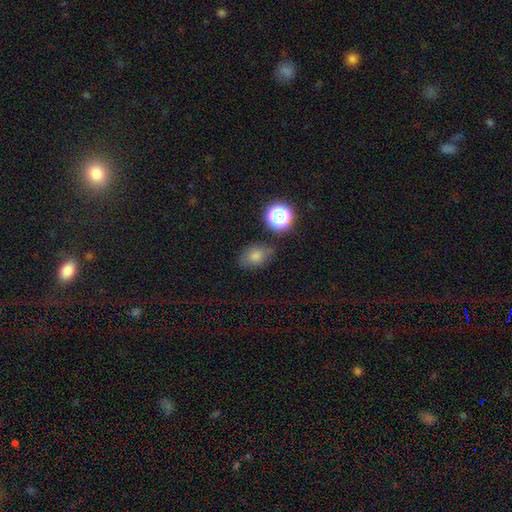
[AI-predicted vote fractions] Smooth or featured? smooth (73%)
How rounded? in between (70%)
Merging? none (73%)